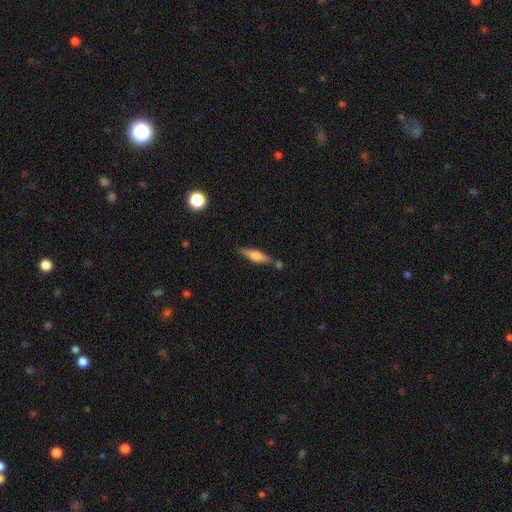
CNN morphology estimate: smooth_or_featured: smooth (p=0.48) [alt: featured or disk p=0.45]
merging: none (p=0.74) [alt: minor disturbance p=0.14]